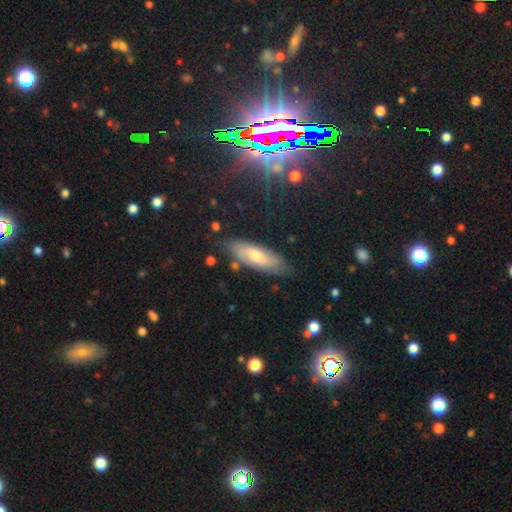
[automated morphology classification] smooth-or-featured: smooth: 61% | featured or disk: 31% | star or artifact: 8%
  how-rounded: in between: 57% | cigar-shaped: 41% | round: 2%
  merging: none: 78% | minor disturbance: 15% | major disturbance: 3% | merger: 3%